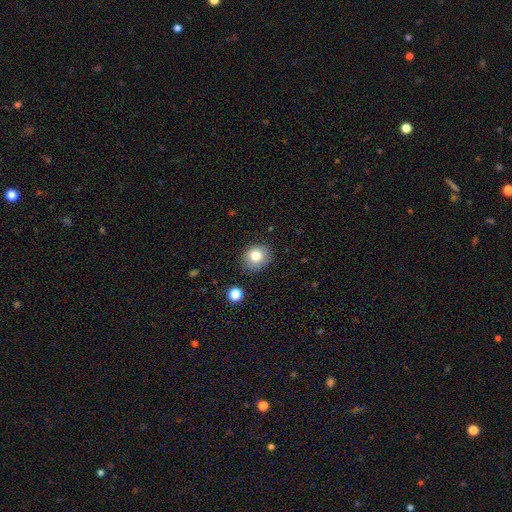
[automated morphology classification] Smooth or featured? smooth (80%)
How rounded? round (76%)
Merging? none (83%)